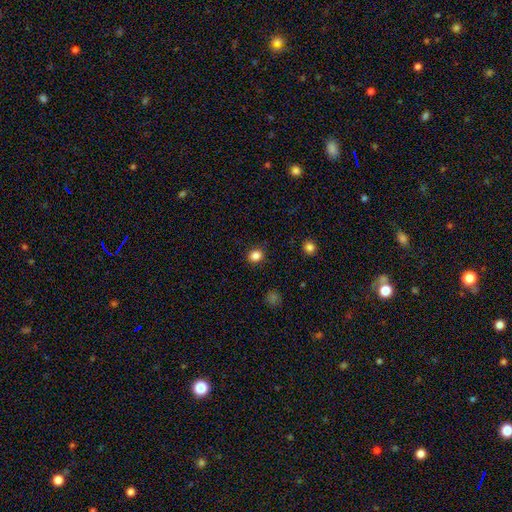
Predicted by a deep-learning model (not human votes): A smooth galaxy with no disk features (85%) that is round (74%).

Vote fractions:
- Smooth or featured? smooth: 85% / star or artifact: 12% / featured or disk: 4%
- How rounded? round: 74% / in between: 25% / cigar-shaped: 1%
- Merging? none: 89% / minor disturbance: 8% / major disturbance: 2% / merger: 1%